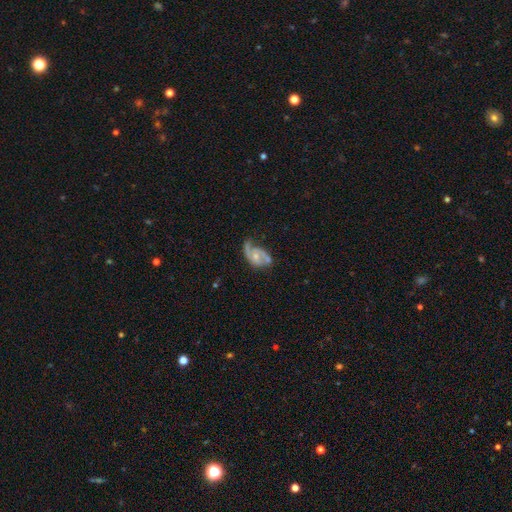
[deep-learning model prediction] A featured or disk galaxy (79%) with no bar (67%), 2 (67%) medium (46%) spiral arms (89%) and a moderate central bulge (48%). Merging: none (38%).